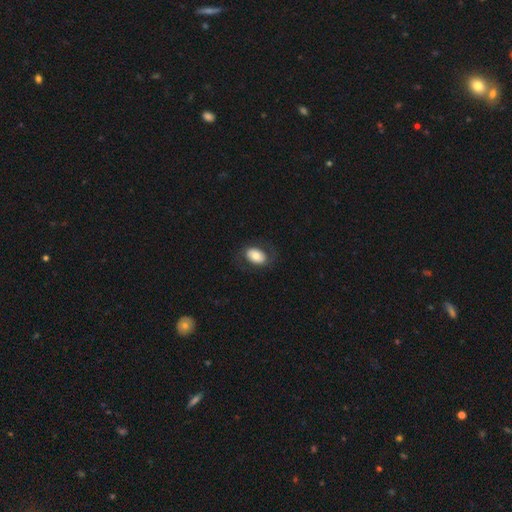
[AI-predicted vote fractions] smooth 68%, featured or disk 25%, star or artifact 7%. Down the decision tree: how rounded — in between (86%); merging — none (74%).